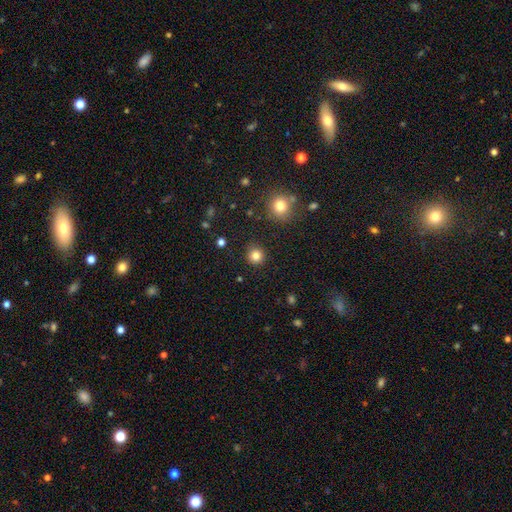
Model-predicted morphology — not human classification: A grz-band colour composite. It shows a smooth galaxy with no disk features (83%) that is round (93%). Merging: none (90%).